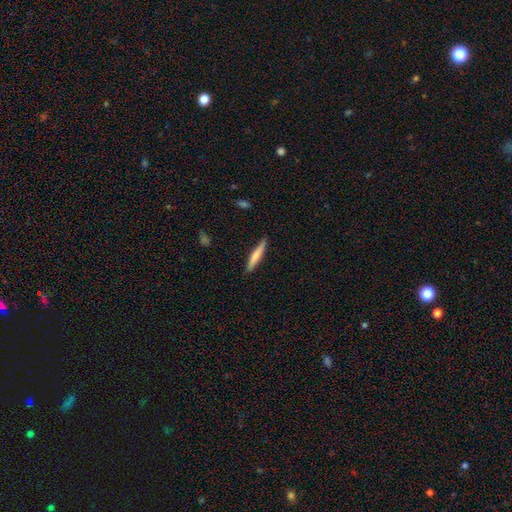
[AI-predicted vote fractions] smooth 67%, featured or disk 28%, star or artifact 5%. Down the decision tree: how rounded — cigar-shaped (92%); merging — none (88%).